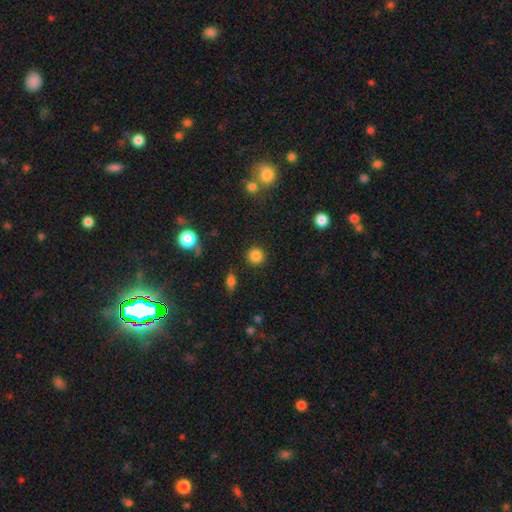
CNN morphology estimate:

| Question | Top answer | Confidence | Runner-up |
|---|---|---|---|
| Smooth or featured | smooth | 84% | star or artifact (11%) |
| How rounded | round | 93% | in between (6%) |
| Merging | none | 89% | minor disturbance (6%) |